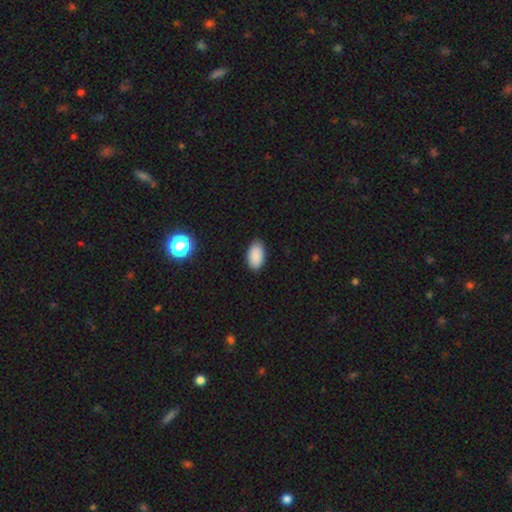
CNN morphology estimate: This appears to be a smooth galaxy with no disk features (89%) that is in between round and cigar-shaped (95%). Merging: none (88%).